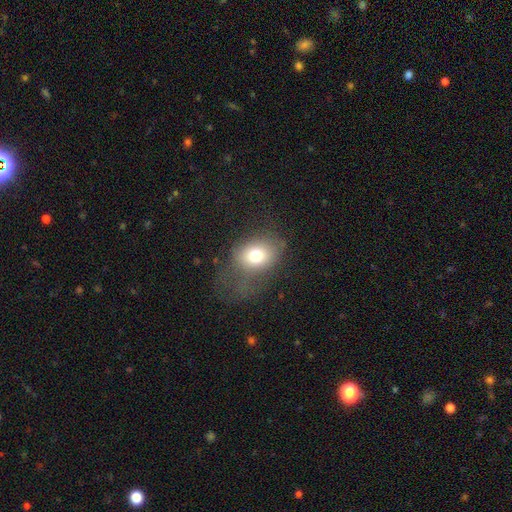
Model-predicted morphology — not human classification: Smooth or featured: smooth — 72% (featured or disk — 16%)
How rounded: in between — 58% (round — 40%)
Merging: none — 39% (major disturbance — 35%)